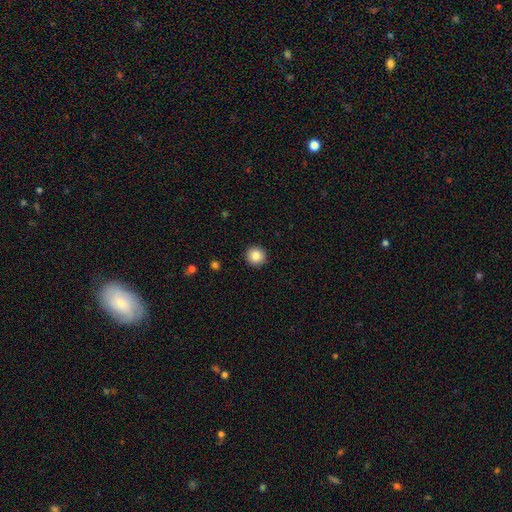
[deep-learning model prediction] A smooth galaxy with no disk features (85%) that is round (95%). Merging: none (93%).